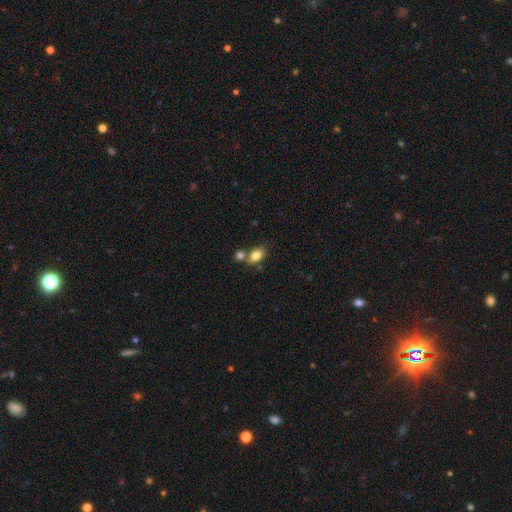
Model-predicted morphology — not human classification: smooth 82%, featured or disk 9%, star or artifact 9%. Down the decision tree: how rounded — in between (84%); merging — none (54%).